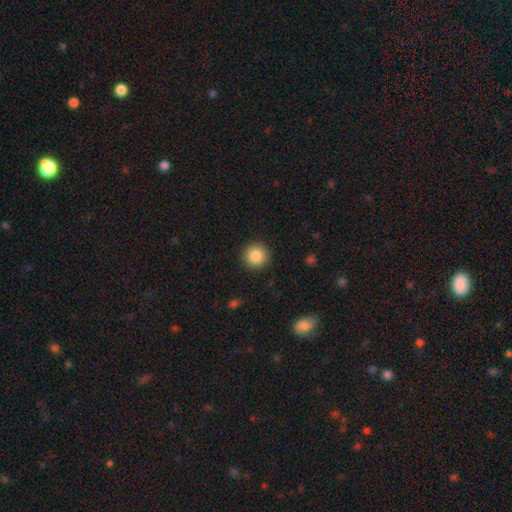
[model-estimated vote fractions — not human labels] smooth 85%, star or artifact 9%, featured or disk 6%. Down the decision tree: how rounded — round (95%); merging — none (92%).